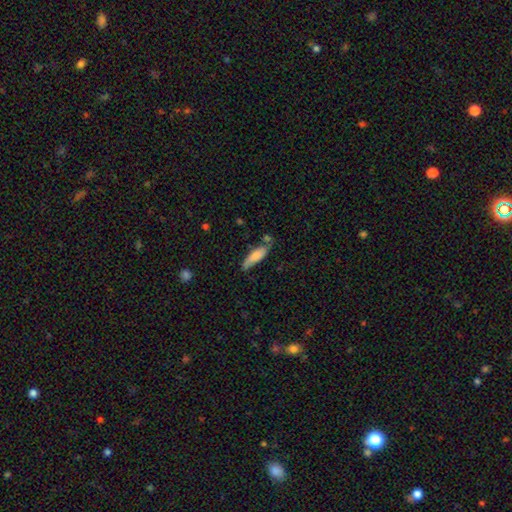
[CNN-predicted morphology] Smooth or featured: smooth — 74% (featured or disk — 20%)
How rounded: cigar-shaped — 58% (in between — 41%)
Merging: none — 54% (minor disturbance — 27%)